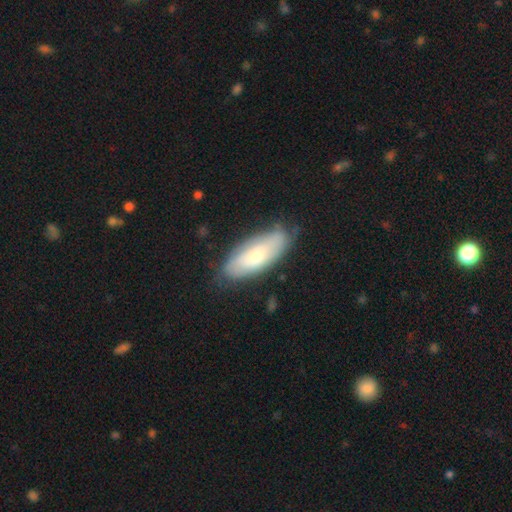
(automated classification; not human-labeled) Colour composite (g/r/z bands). It shows a smooth galaxy with no disk features (63%) that is in between round and cigar-shaped (77%). Merging: none (73%).